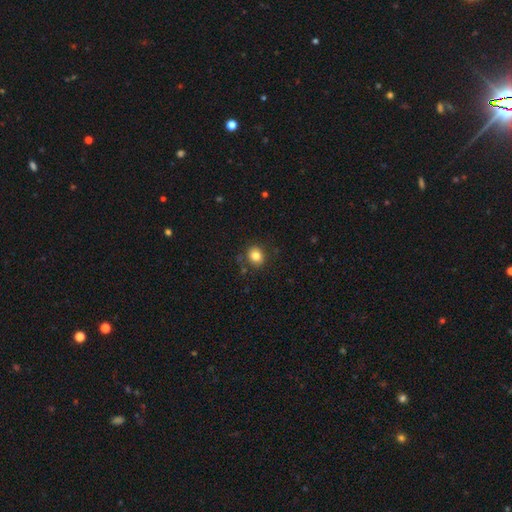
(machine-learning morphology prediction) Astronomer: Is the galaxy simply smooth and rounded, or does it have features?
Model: smooth — 82%.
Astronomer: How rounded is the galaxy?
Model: round — 75%.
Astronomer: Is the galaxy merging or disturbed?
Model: none — 86%.